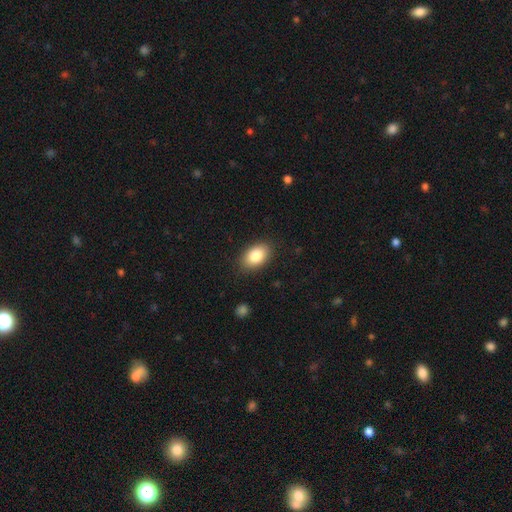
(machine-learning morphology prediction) A smooth galaxy with no disk features (84%) that is in between round and cigar-shaped (89%). Merging: none (87%).